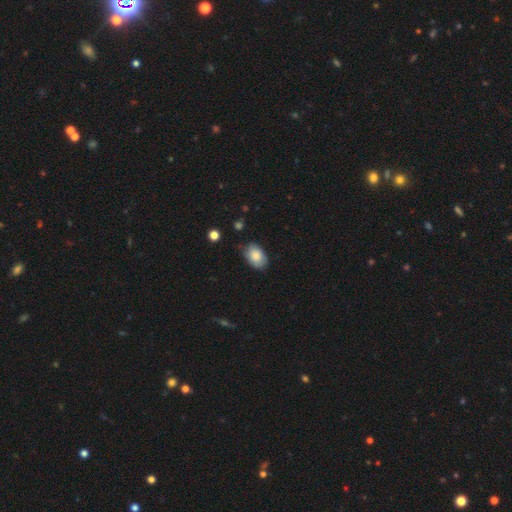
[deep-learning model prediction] Q: Smooth or featured?
A: smooth (82%); runner-up: featured or disk (11%)
Q: How rounded?
A: in between (88%); runner-up: round (11%)
Q: Merging?
A: none (73%); runner-up: minor disturbance (21%)